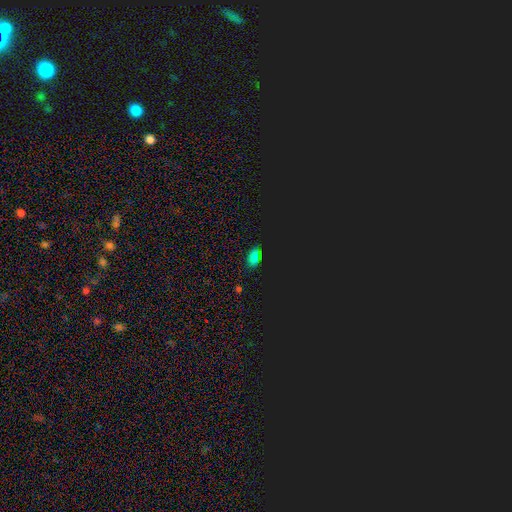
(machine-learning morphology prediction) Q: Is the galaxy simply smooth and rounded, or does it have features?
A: smooth — 55%.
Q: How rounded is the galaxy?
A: in between — 87%.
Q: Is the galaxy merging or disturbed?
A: none — 84%.